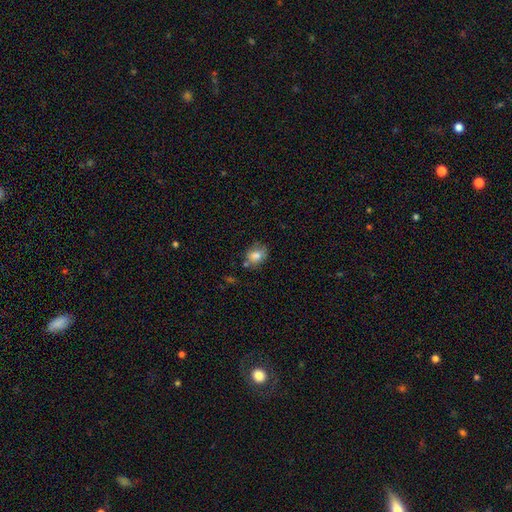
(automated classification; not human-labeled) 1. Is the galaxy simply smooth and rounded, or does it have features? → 79% smooth, 11% featured or disk, 10% star or artifact.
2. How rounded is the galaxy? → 52% in between, 47% round, 1% cigar-shaped.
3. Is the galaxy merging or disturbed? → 61% none, 23% minor disturbance, 10% merger, 7% major disturbance.